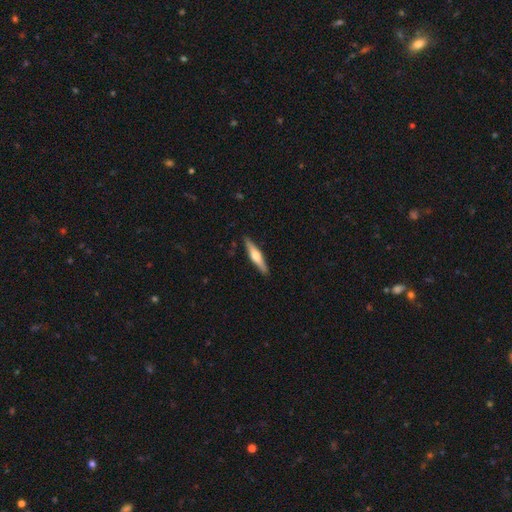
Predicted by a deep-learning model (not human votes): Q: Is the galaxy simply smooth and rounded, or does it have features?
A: featured or disk — 56%.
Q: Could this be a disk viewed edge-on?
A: yes — 95%.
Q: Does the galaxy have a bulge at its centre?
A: rounded — 91%.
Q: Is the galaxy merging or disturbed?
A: none — 90%.